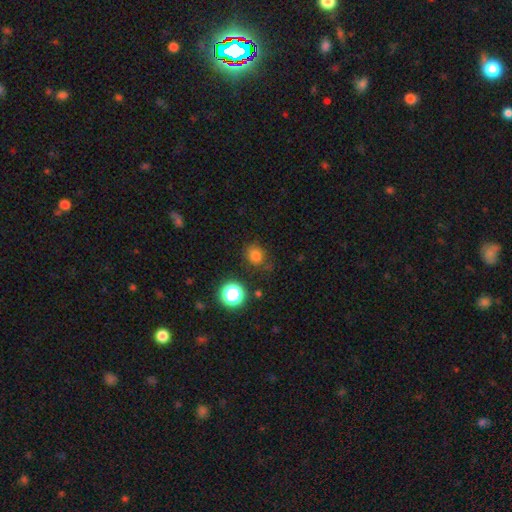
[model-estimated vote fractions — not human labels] A smooth galaxy with no disk features (77%) that is round (73%). Merging: none (74%).